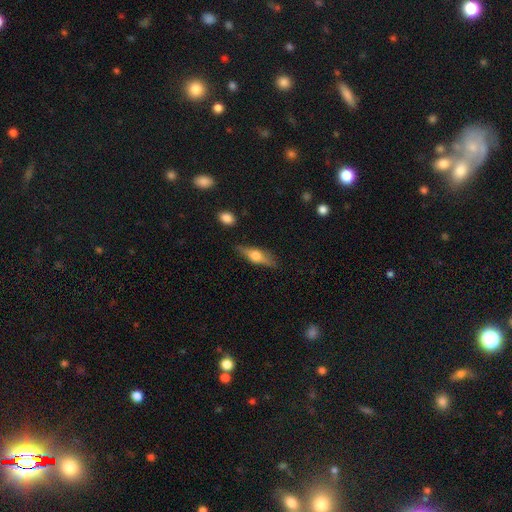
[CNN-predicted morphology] This is likely a featured or disk galaxy (61%). It is clearly viewed edge-on (94%). Edge-on bulge: clearly rounded (94%). Merging: clearly none (84%).